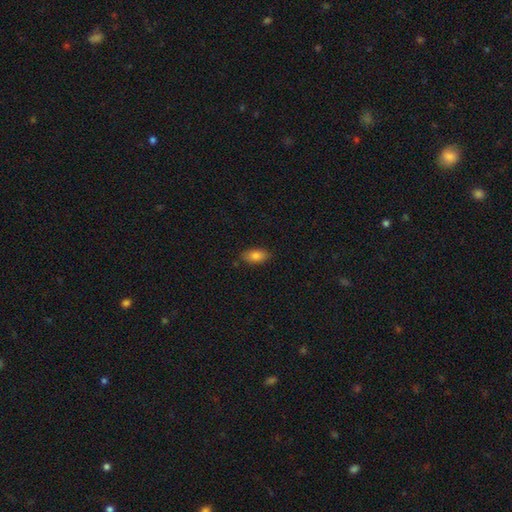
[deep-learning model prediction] The model was most divided on "smooth or featured": smooth: 82%, featured or disk: 10%, star or artifact: 8%. More confident: how rounded — in between (90%); merging — none (84%).